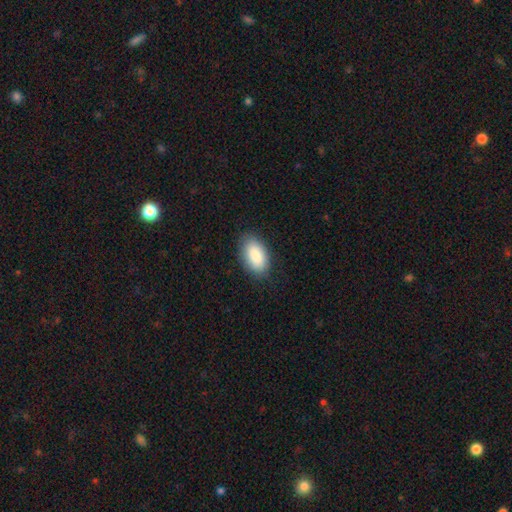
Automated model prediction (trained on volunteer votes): smooth_or_featured: smooth (p=0.88) [alt: star or artifact p=0.06]
how_rounded: in between (p=0.94) [alt: round p=0.04]
merging: none (p=0.85) [alt: minor disturbance p=0.11]